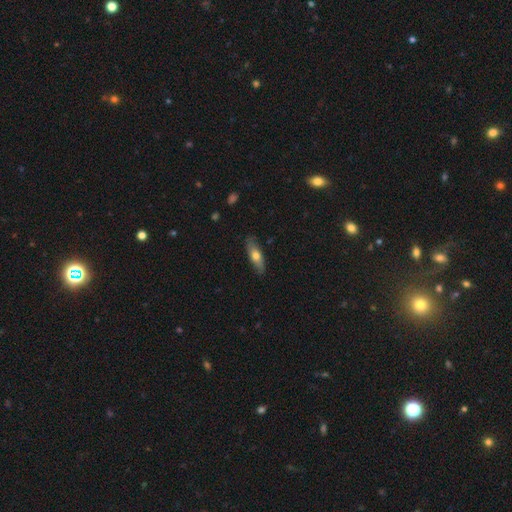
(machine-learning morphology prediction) This is possibly a smooth galaxy (59%). How rounded: possibly cigar-shaped (50%). Merging: clearly none (82%).